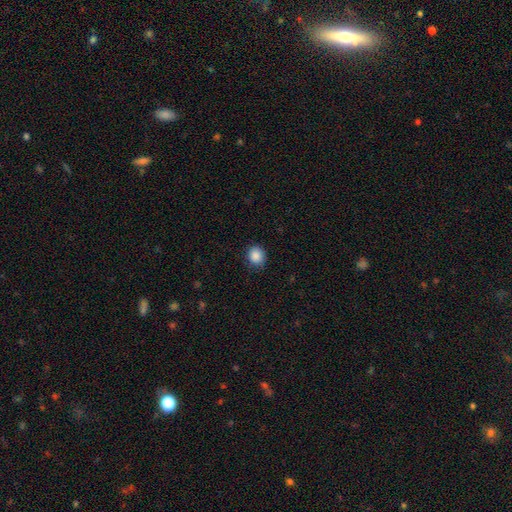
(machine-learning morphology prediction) Smooth or featured?
  - smooth: 87% *
  - star or artifact: 9%
  - featured or disk: 4%
How rounded?
  - round: 76% *
  - in between: 23%
  - cigar-shaped: 1%
Merging?
  - none: 82% *
  - minor disturbance: 14%
  - major disturbance: 3%
  - merger: 1%